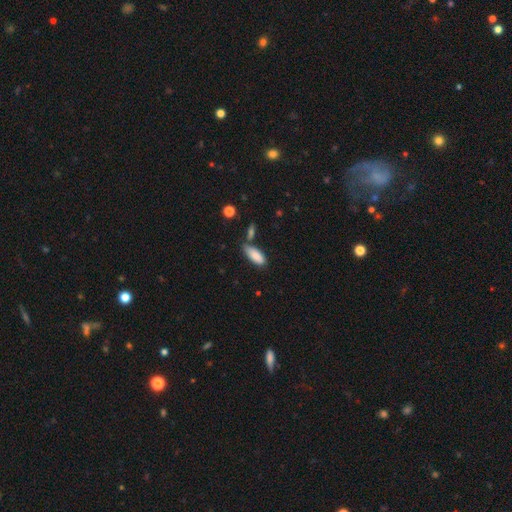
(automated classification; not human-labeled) smooth-or-featured: smooth: 85% | featured or disk: 9% | star or artifact: 7%
  how-rounded: in between: 79% | cigar-shaped: 19% | round: 2%
  merging: none: 60% | minor disturbance: 22% | merger: 13% | major disturbance: 5%